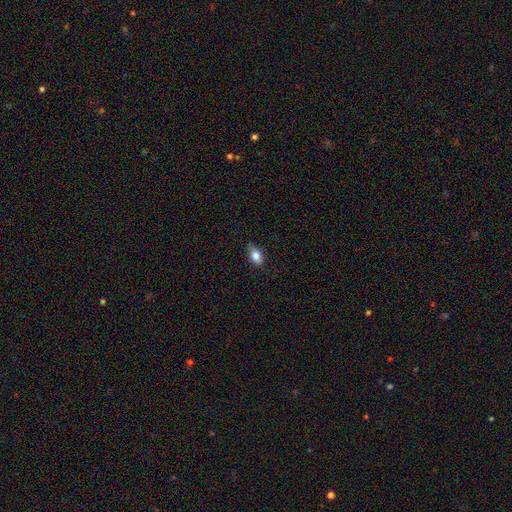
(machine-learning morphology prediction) This is clearly a smooth galaxy (82%). How rounded: clearly in between (84%). Merging: likely none (76%).